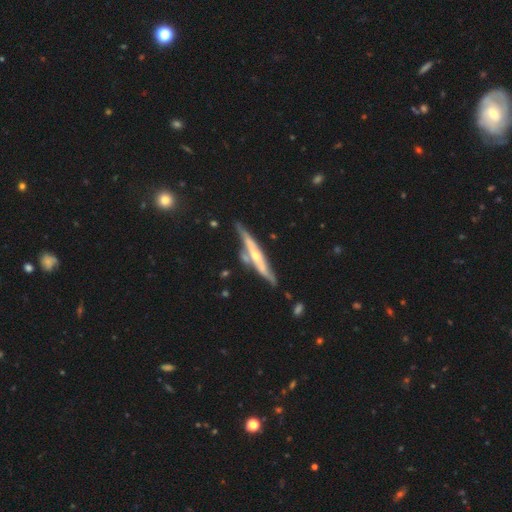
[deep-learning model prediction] featured or disk 74%, smooth 21%, star or artifact 5%. Down the decision tree: edge-on disk — yes (90%); edge-on bulge — rounded (72%); merging — none (63%).